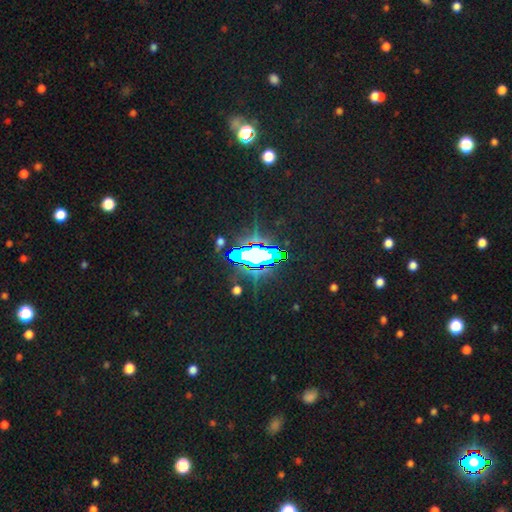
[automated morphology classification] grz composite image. It shows a star or artifact, not a galaxy (71%).